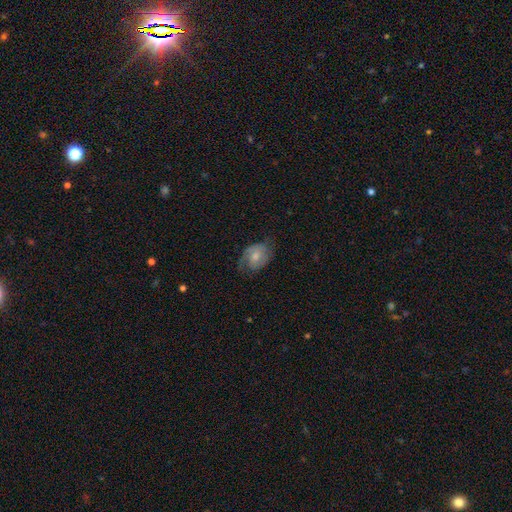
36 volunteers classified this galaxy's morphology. Volunteers were most divided on "smooth or featured": featured or disk: 56%, smooth: 44%, star or artifact: 0%. More confident: edge-on disk — no (95%); spiral arms — yes (89%); spiral arm count — 2 (82%); bar — no (63%); spiral winding — medium (59%); merging — none (56%); bulge size — moderate (53%).